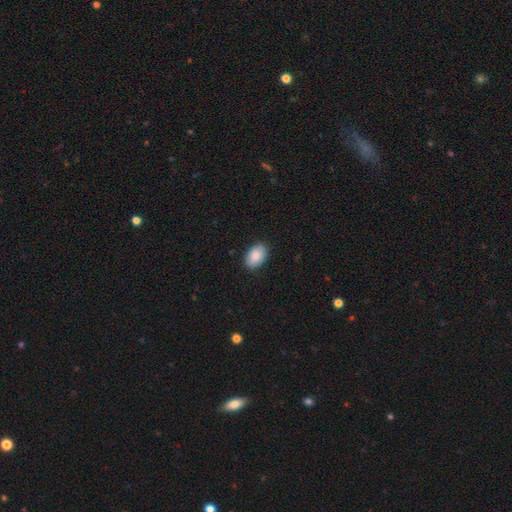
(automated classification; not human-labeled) Smooth or featured: smooth — 86% (featured or disk — 7%)
How rounded: in between — 89% (round — 10%)
Merging: none — 89% (minor disturbance — 8%)